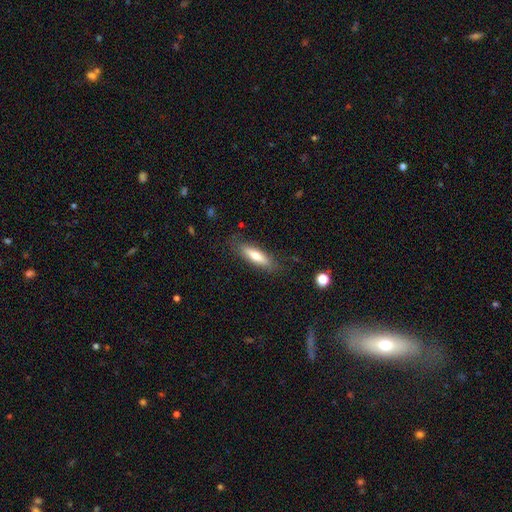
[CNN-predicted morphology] This appears to be a smooth galaxy with no disk features (68%) that is cigar-shaped (68%). Merging: none (82%).